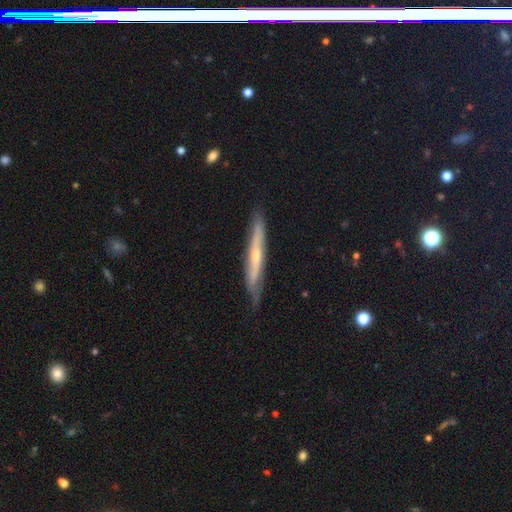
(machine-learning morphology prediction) Smooth or featured: featured or disk — 62% (smooth — 32%)
Edge-on disk: yes — 86% (no — 14%)
Edge-on bulge: rounded — 55% (none — 39%)
Merging: none — 74% (minor disturbance — 21%)